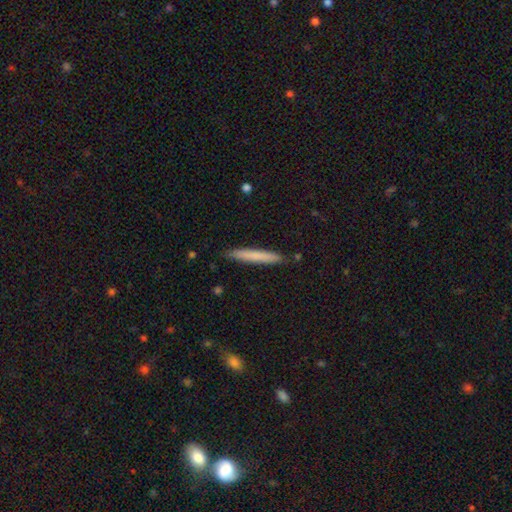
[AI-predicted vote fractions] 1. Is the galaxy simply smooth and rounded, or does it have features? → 73% smooth, 21% featured or disk, 6% star or artifact.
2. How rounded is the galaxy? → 96% cigar-shaped, 3% in between, 1% round.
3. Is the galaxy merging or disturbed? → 89% none, 8% minor disturbance, 2% major disturbance, 1% merger.